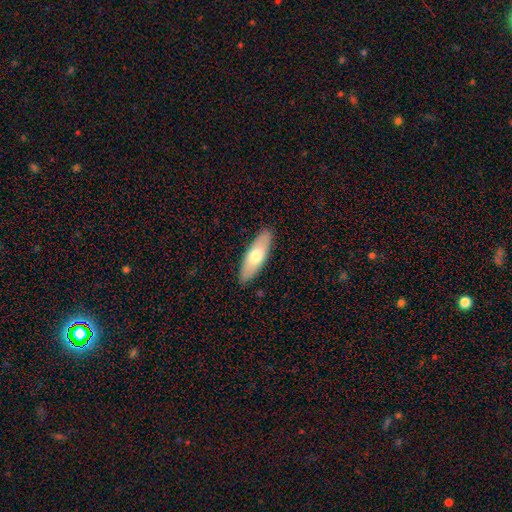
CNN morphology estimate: Smooth or featured? Predicted: smooth (p=0.65). How rounded? Predicted: in between (p=0.58). Merging? Predicted: none (p=0.89).